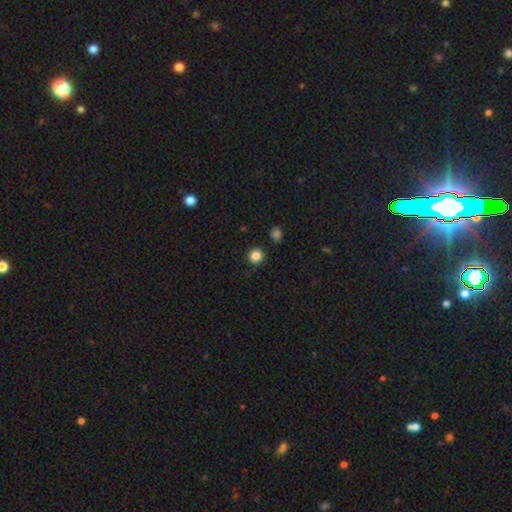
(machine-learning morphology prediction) Overall: smooth (85%). How rounded: round (95%). Merging: none (91%).